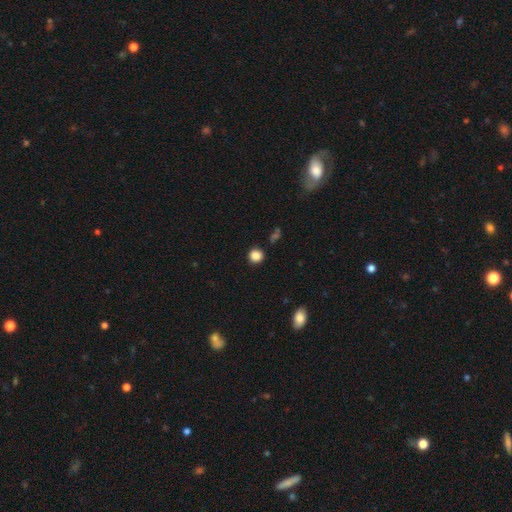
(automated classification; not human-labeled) This appears to be a smooth galaxy with no disk features (86%) that is round (92%). Merging: none (89%).